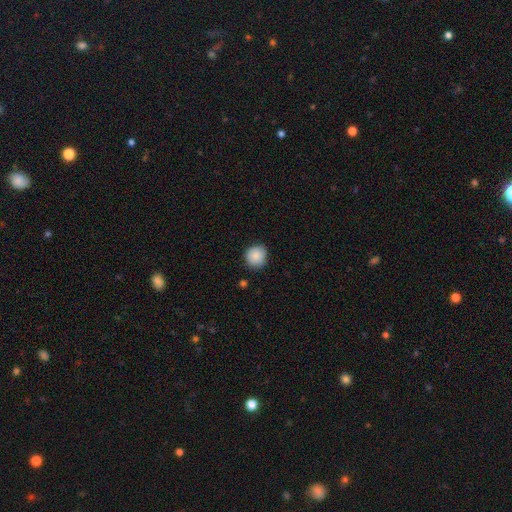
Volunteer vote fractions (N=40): Smooth or featured? smooth (82%)
How rounded? round (97%)
Merging? none (86%)